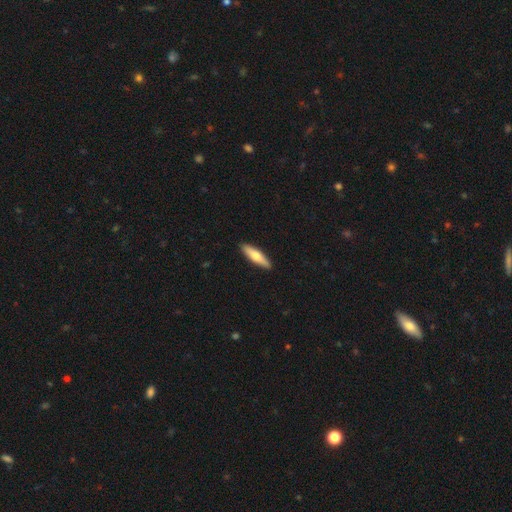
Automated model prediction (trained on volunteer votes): Q: Smooth or featured?
A: smooth (60%); runner-up: featured or disk (35%)
Q: How rounded?
A: cigar-shaped (71%); runner-up: in between (27%)
Q: Merging?
A: none (91%); runner-up: minor disturbance (6%)